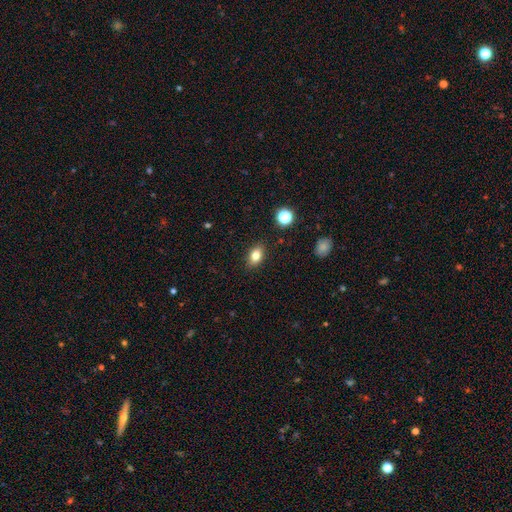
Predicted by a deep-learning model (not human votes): smooth_or_featured: smooth (p=0.80) [alt: star or artifact p=0.11]
how_rounded: in between (p=0.79) [alt: round p=0.18]
merging: none (p=0.87) [alt: minor disturbance p=0.09]